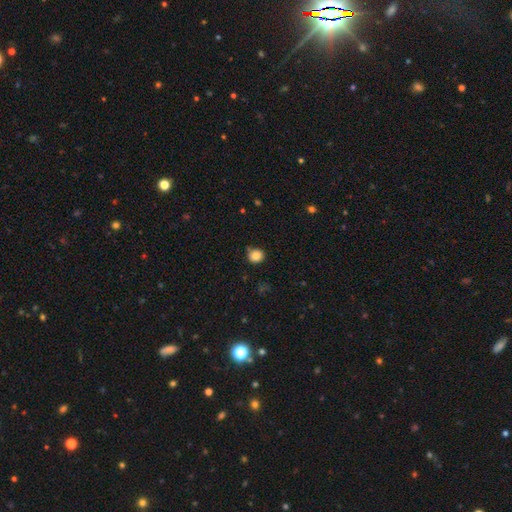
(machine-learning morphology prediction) Smooth or featured? smooth (83%)
How rounded? round (88%)
Merging? none (81%)